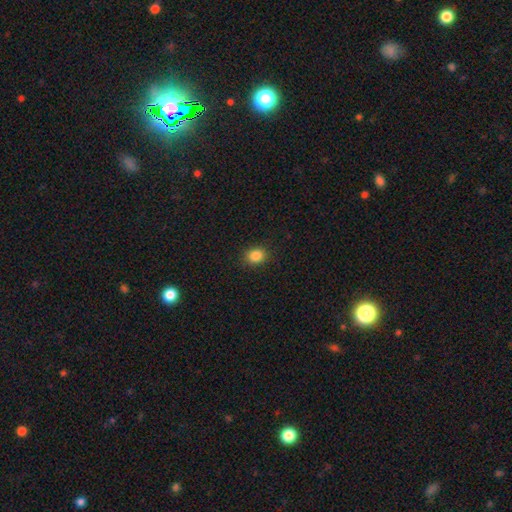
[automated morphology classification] This is clearly a smooth galaxy (86%). How rounded: possibly round (55%). Merging: clearly none (89%).